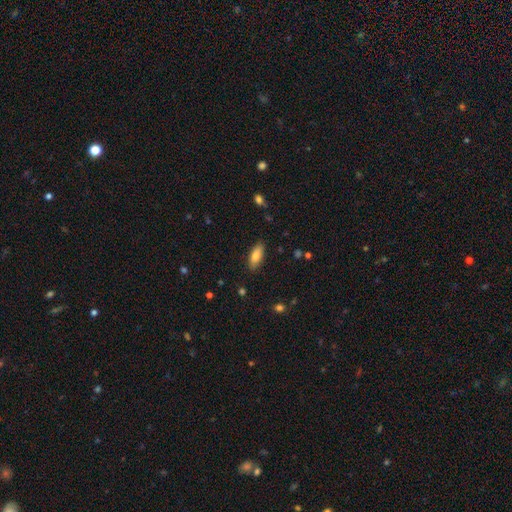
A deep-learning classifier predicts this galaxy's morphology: Smooth or featured? Predicted: smooth (p=0.80). How rounded? Predicted: in between (p=0.74). Merging? Predicted: none (p=0.86).